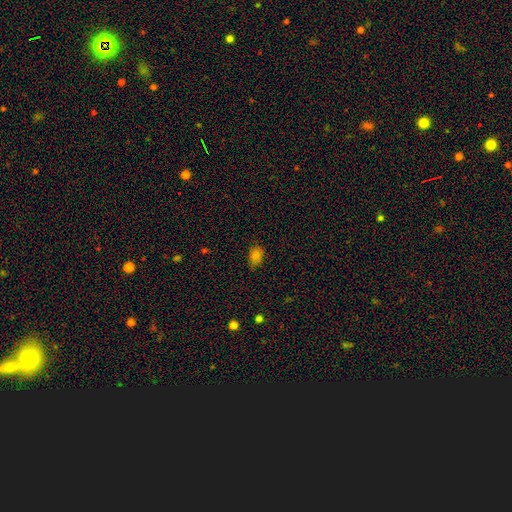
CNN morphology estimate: Smooth or featured?
  - smooth: 79% *
  - star or artifact: 13%
  - featured or disk: 9%
How rounded?
  - in between: 76% *
  - round: 22%
  - cigar-shaped: 2%
Merging?
  - none: 77% *
  - minor disturbance: 19%
  - major disturbance: 3%
  - merger: 1%